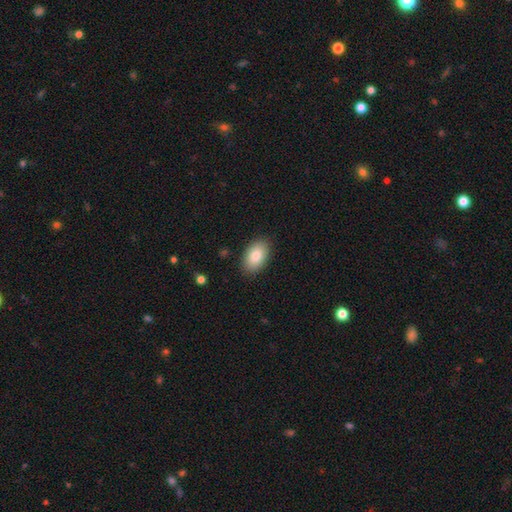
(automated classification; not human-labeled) Overall: smooth (84%). How rounded: in between (93%). Merging: none (88%).